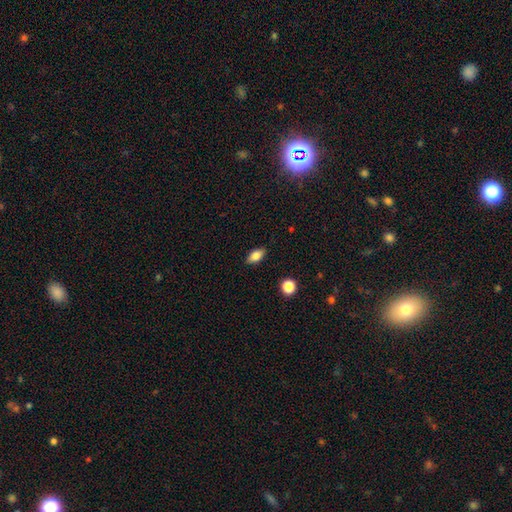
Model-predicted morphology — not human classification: smooth 78%, featured or disk 13%, star or artifact 8%. Down the decision tree: how rounded — in between (86%); merging — none (87%).